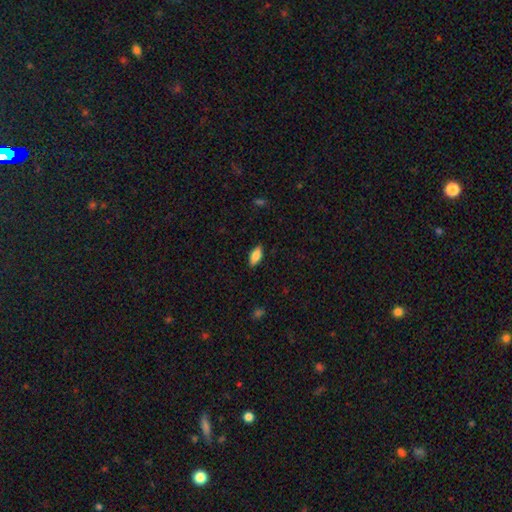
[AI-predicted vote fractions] Smooth or featured? smooth (82%)
How rounded? in between (84%)
Merging? none (87%)